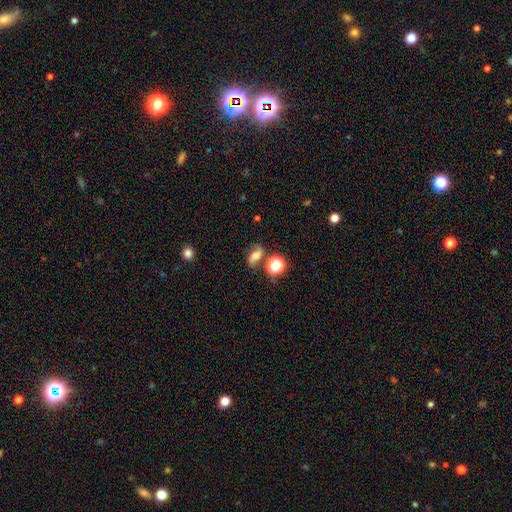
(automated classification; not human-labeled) Smooth or featured? Predicted: featured or disk (p=0.47). Merging? Predicted: none (p=0.65).